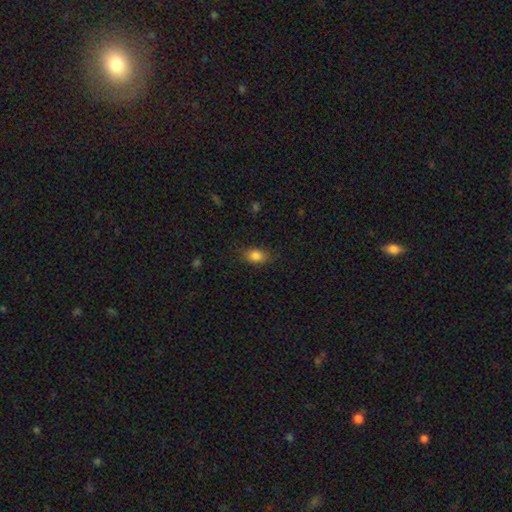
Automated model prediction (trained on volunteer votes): This appears to be a smooth galaxy with no disk features (84%) that is in between round and cigar-shaped (77%). Merging: none (81%).